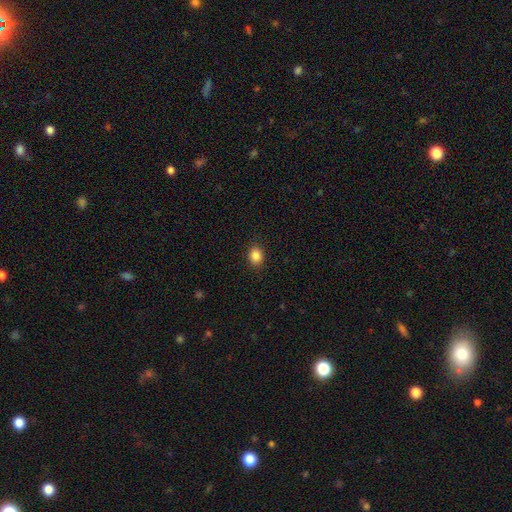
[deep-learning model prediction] smooth 86%, star or artifact 10%, featured or disk 4%. Down the decision tree: how rounded — round (57%); merging — none (89%).